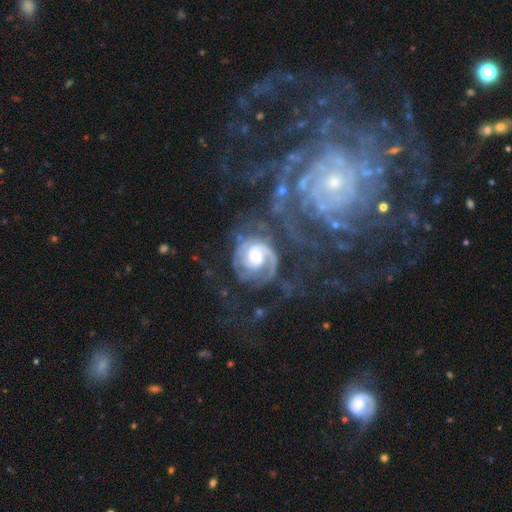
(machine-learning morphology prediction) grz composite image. It shows a featured or disk galaxy (86%) with no bar (58%), 2 (46%) tight (54%) spiral arms (96%) and a moderate central bulge (46%). Merging: none (36%).